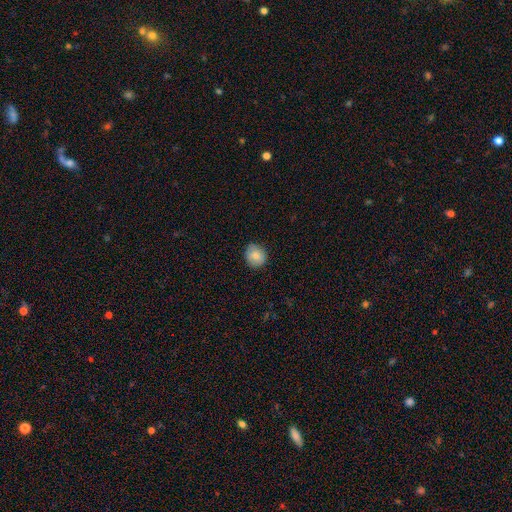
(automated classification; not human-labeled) A smooth galaxy with no disk features (82%) that is round (79%).

Vote fractions:
- Smooth or featured? smooth: 82% / featured or disk: 10% / star or artifact: 8%
- How rounded? round: 79% / in between: 20% / cigar-shaped: 1%
- Merging? none: 83% / minor disturbance: 14% / major disturbance: 2% / merger: 1%